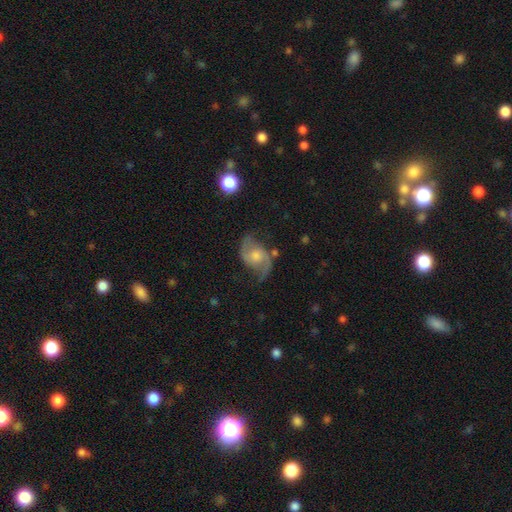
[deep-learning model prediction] A featured or disk galaxy (83%) with no bar (65%), 2 (92%) loose (45%) spiral arms (96%) and a moderate central bulge (49%). Merging: none (68%).